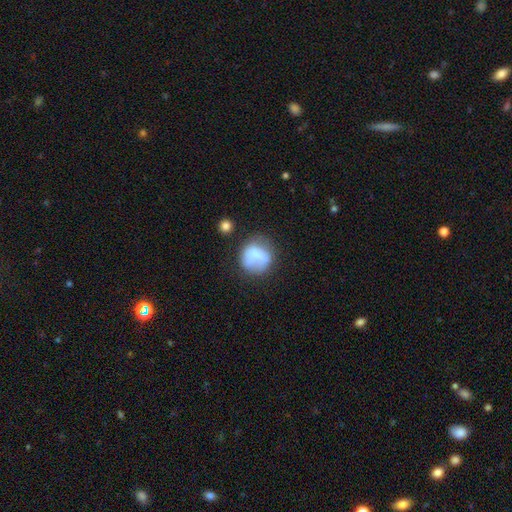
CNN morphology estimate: type=smooth (69%); roundness=round (78%); merging=none (49%).